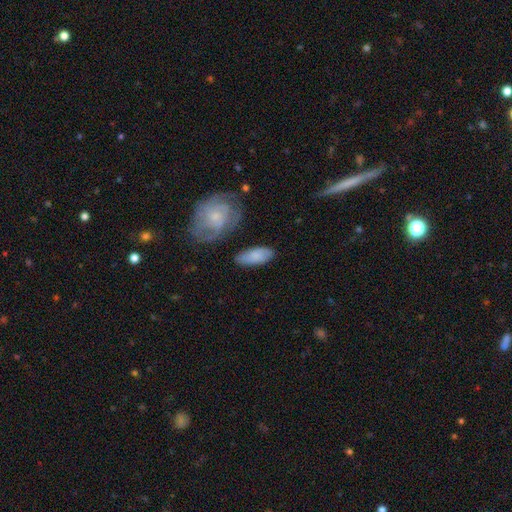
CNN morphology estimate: smooth_or_featured: smooth (p=0.73) [alt: featured or disk p=0.20]
how_rounded: in between (p=0.83) [alt: cigar-shaped p=0.14]
merging: none (p=0.71) [alt: minor disturbance p=0.18]